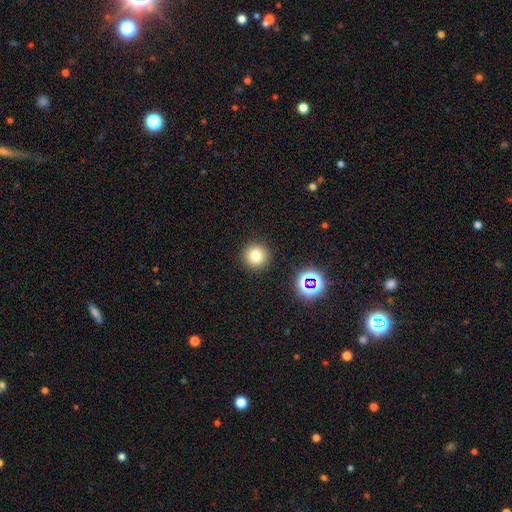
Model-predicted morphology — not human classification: Smooth or featured? Predicted: smooth (p=0.77). How rounded? Predicted: round (p=0.94). Merging? Predicted: none (p=0.90).